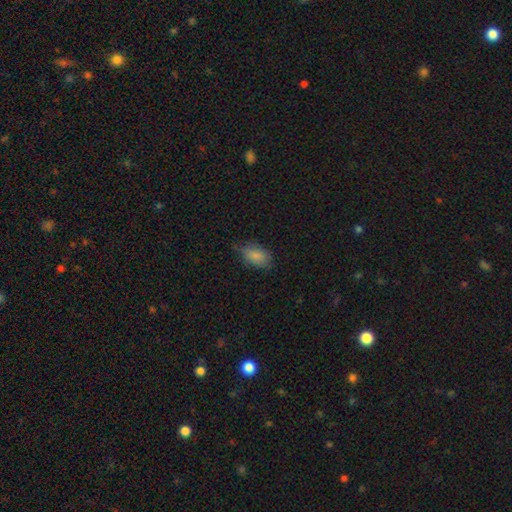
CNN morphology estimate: This appears to be a smooth galaxy with no disk features (84%) that is in between round and cigar-shaped (91%). Merging: none (67%).